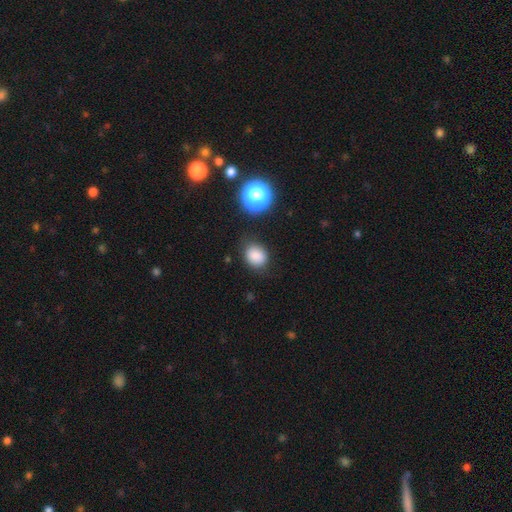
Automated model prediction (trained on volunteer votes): Morphology: type=smooth (84%); roundness=round (54%); merging=none (79%).